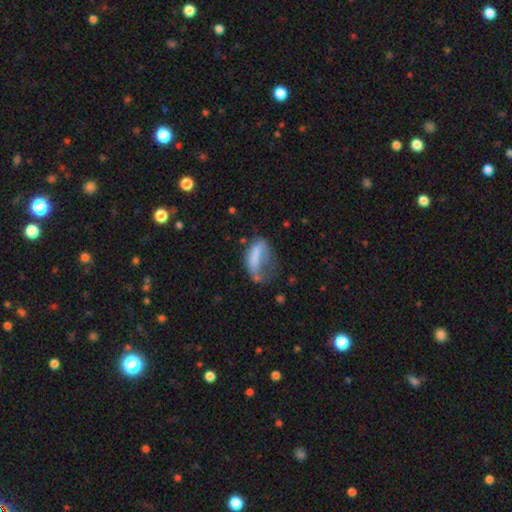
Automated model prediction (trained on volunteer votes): Morphology: type=smooth (59%); roundness=in between (79%); merging=major disturbance (48%).